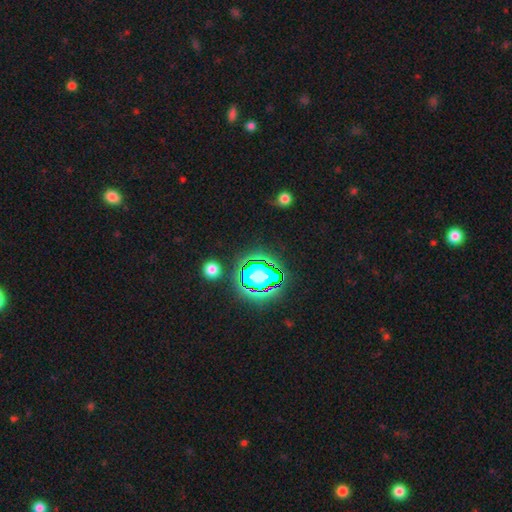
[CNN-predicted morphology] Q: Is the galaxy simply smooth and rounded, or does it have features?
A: star or artifact — 69%.